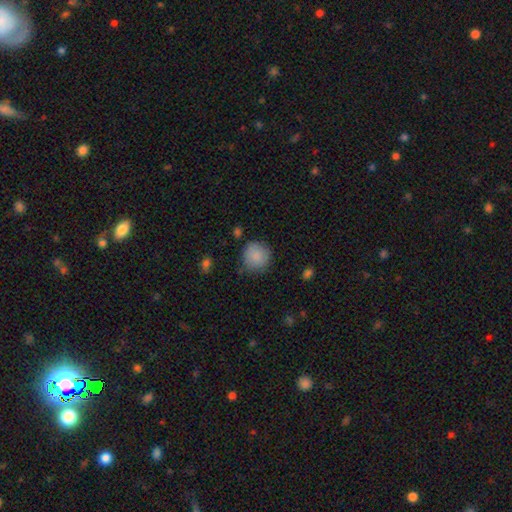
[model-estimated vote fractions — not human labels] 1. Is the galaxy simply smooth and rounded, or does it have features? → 87% smooth, 8% star or artifact, 6% featured or disk.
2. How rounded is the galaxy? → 91% round, 8% in between, 1% cigar-shaped.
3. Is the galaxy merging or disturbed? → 77% none, 16% minor disturbance, 4% major disturbance, 2% merger.